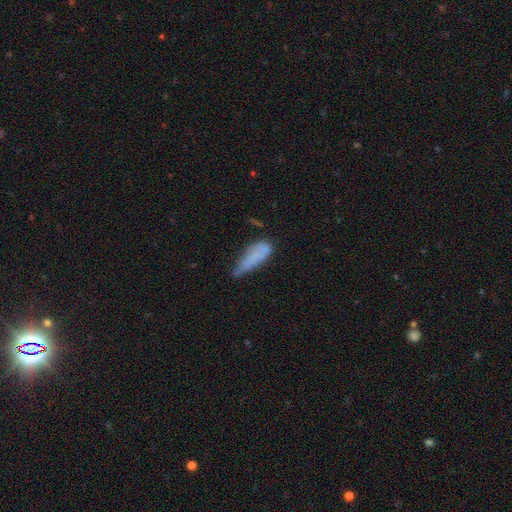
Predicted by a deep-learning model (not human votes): Overall: smooth (65%). How rounded: in between (51%; cigar-shaped 47%). Merging: minor disturbance (39%; none 30%).